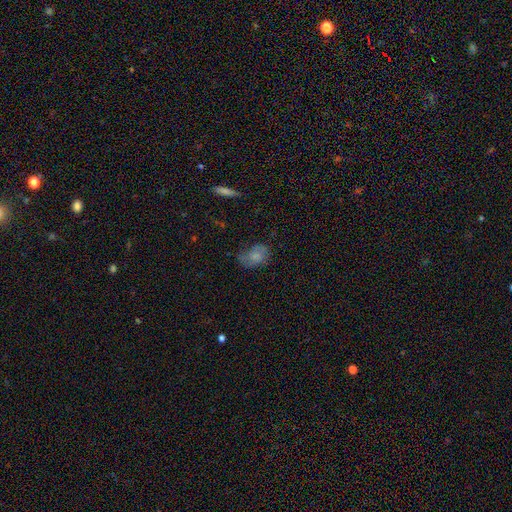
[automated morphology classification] Smooth or featured? smooth (63%)
How rounded? in between (80%)
Merging? none (52%)